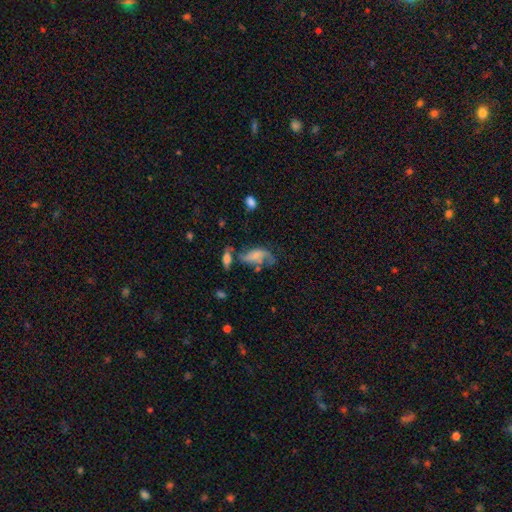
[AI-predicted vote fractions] featured or disk 50%, smooth 40%, star or artifact 10%. Down the decision tree: merging — none (31%).